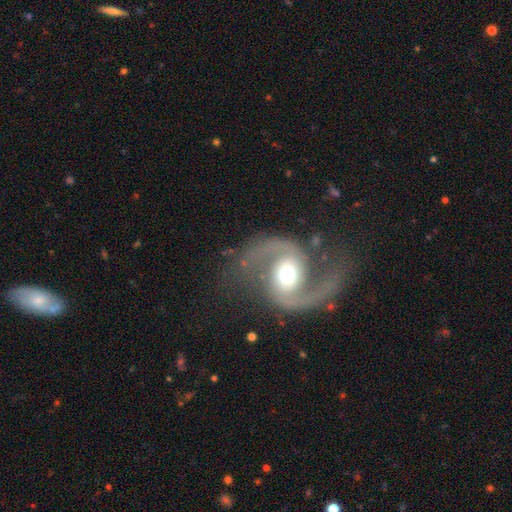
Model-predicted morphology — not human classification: A featured or disk galaxy (93%) with no bar (40%), 2 (95%) medium (59%) spiral arms (98%) and a moderate central bulge (68%).

Vote fractions:
- Smooth or featured? featured or disk: 93% / star or artifact: 4% / smooth: 3%
- Edge-on disk? no: 98% / yes: 2%
- Bar? no: 40% / weak: 36% / strong: 24%
- Spiral arms? yes: 98% / no: 2%
- Spiral winding? medium: 59% / loose: 30% / tight: 11%
- Spiral arm count? 2: 95% / can't tell: 1% / 1: 1% / 3: 1% / 4: 1% / more than 4: 1%
- Bulge size? moderate: 68% / large: 15% / small: 14% / dominant: 2% / none: 1%
- Merging? none: 79% / minor disturbance: 12% / major disturbance: 7% / merger: 2%